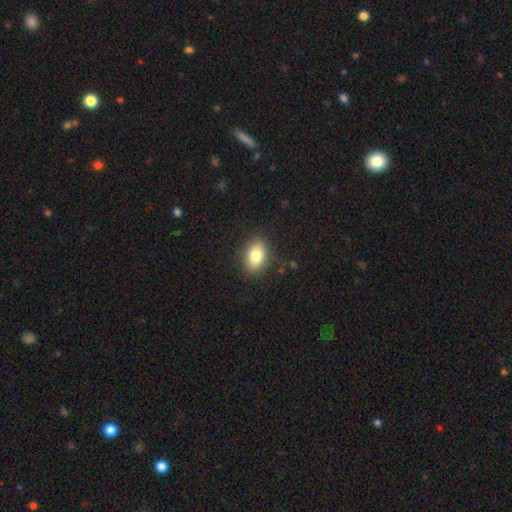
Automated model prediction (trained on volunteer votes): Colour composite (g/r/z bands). It shows a smooth galaxy with no disk features (80%) that is in between round and cigar-shaped (81%). Merging: none (86%).